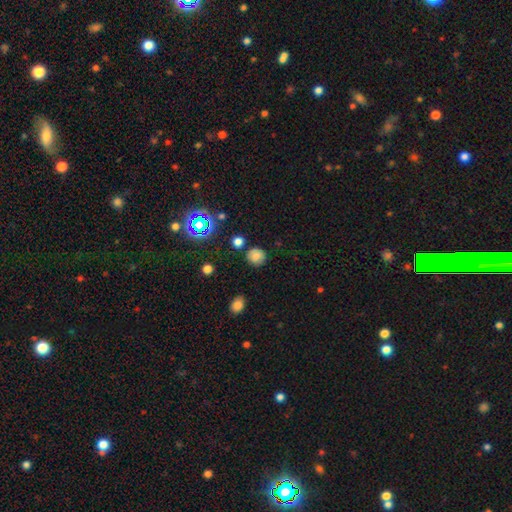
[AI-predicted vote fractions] Morphology: type=smooth (74%); roundness=round (87%); merging=none (83%).